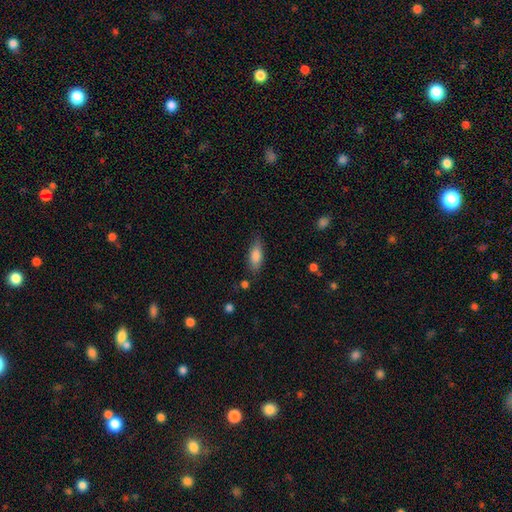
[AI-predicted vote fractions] Overall: smooth (81%). How rounded: in between (74%). Merging: none (78%).